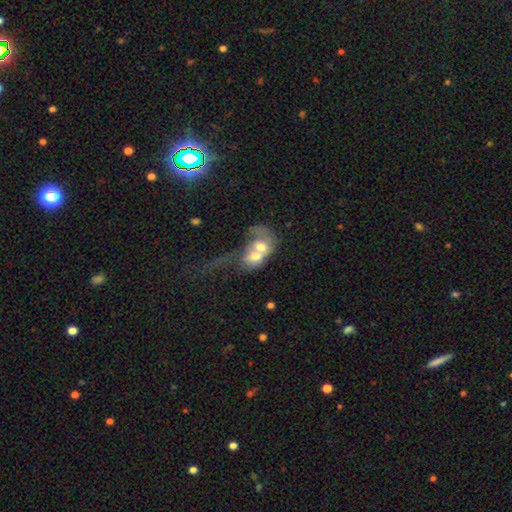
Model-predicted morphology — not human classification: A smooth galaxy with no disk features (53%) that is in between round and cigar-shaped (60%).

Vote fractions:
- Smooth or featured? smooth: 53% / featured or disk: 38% / star or artifact: 9%
- How rounded? in between: 60% / round: 37% / cigar-shaped: 2%
- Merging? merger: 79% / major disturbance: 11% / none: 7% / minor disturbance: 4%